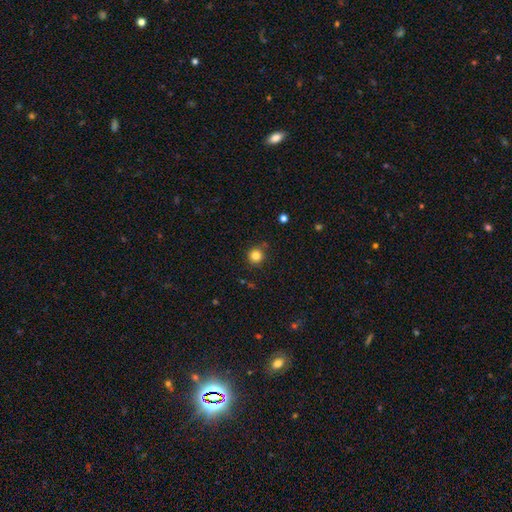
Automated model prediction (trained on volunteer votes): smooth_or_featured: smooth (p=0.83) [alt: star or artifact p=0.12]
how_rounded: round (p=0.94) [alt: in between p=0.05]
merging: none (p=0.84) [alt: minor disturbance p=0.10]